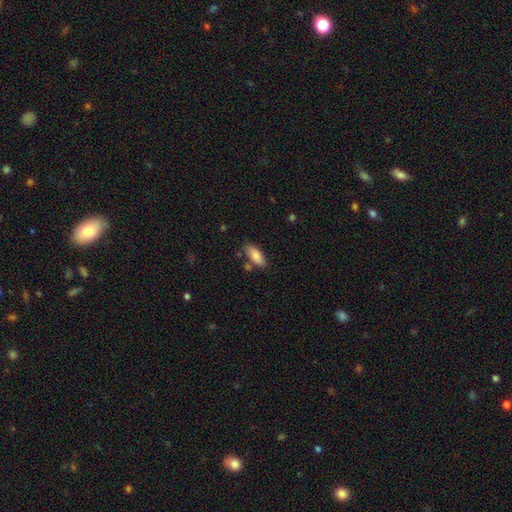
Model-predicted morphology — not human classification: smooth_or_featured: smooth (p=0.84) [alt: featured or disk p=0.10]
how_rounded: in between (p=0.78) [alt: cigar-shaped p=0.20]
merging: none (p=0.73) [alt: minor disturbance p=0.15]